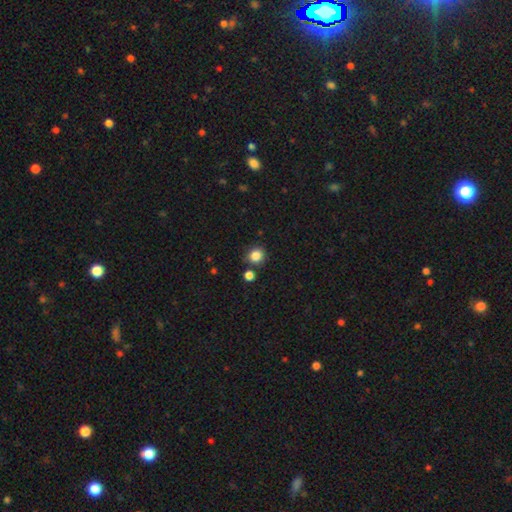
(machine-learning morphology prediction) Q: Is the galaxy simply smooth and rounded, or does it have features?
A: smooth — 85%.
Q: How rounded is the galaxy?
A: round — 83%.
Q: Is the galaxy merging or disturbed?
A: none — 76%.